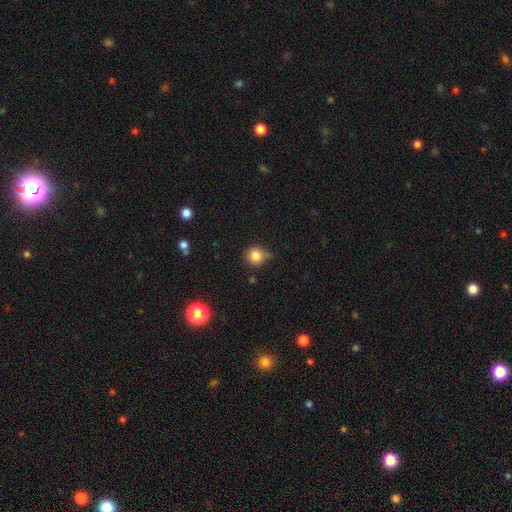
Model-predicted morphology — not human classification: A smooth galaxy with no disk features (82%) that is round (88%). Merging: none (64%).